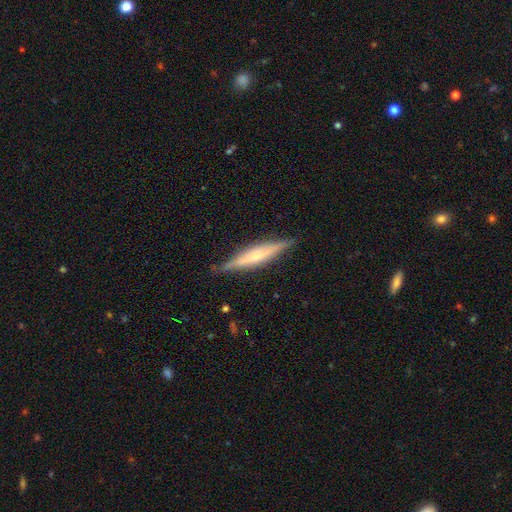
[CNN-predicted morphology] smooth-or-featured: featured or disk: 59% | smooth: 35% | star or artifact: 6%
  disk-edge-on: yes: 96% | no: 4%
    edge-on-bulge: rounded: 42% | none: 35% | boxy: 23%
  merging: none: 86% | minor disturbance: 11% | major disturbance: 2% | merger: 1%